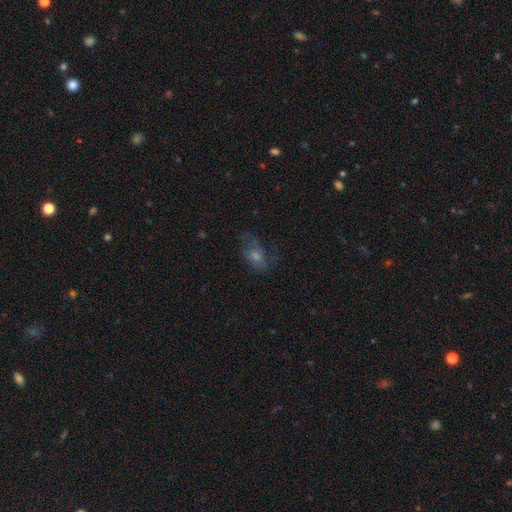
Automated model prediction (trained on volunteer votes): A featured or disk galaxy (41%). Merging: none (58%).